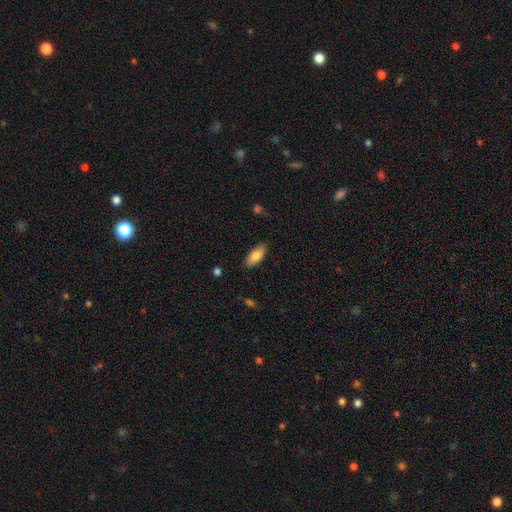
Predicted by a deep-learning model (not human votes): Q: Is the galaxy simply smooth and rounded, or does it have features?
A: smooth — 82%.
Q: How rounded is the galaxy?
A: in between — 84%.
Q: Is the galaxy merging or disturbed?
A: none — 84%.